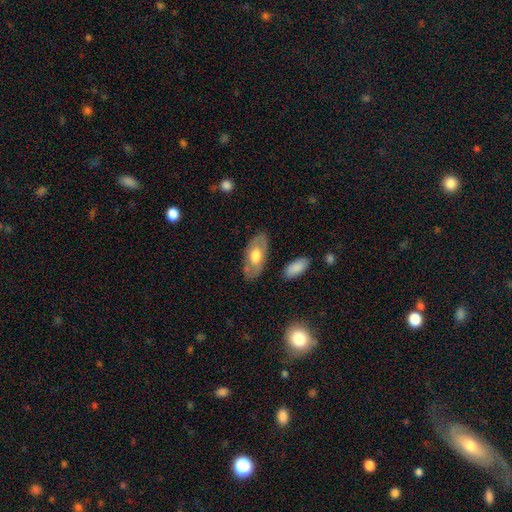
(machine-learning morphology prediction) Smooth or featured?
  - smooth: 52% *
  - featured or disk: 43%
  - star or artifact: 5%
How rounded?
  - in between: 91% *
  - cigar-shaped: 5%
  - round: 4%
Merging?
  - none: 78% *
  - minor disturbance: 15%
  - major disturbance: 4%
  - merger: 3%